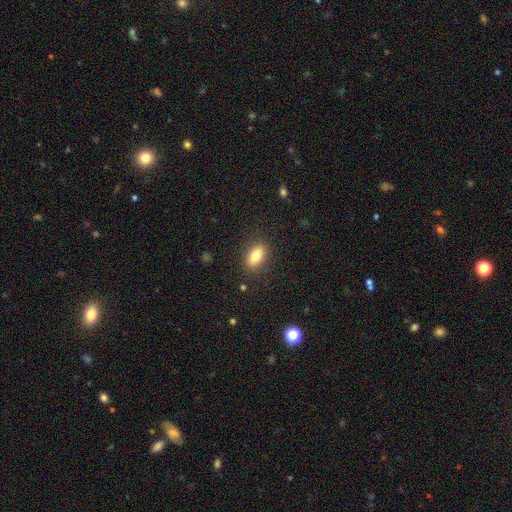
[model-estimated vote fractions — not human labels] This is clearly a smooth galaxy (81%). How rounded: clearly in between (87%). Merging: clearly none (87%).